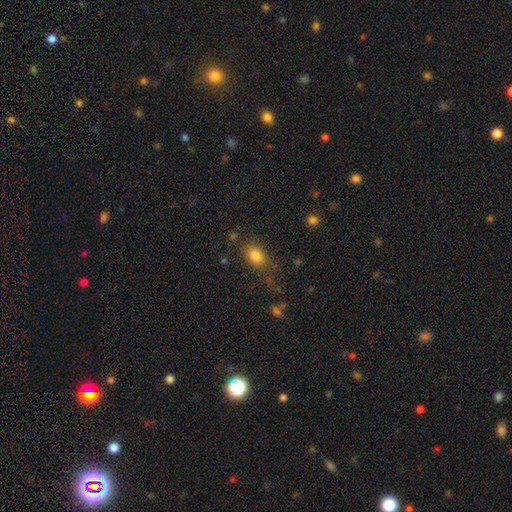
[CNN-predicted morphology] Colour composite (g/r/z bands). It shows a smooth galaxy with no disk features (82%) that is in between round and cigar-shaped (76%). Merging: none (72%).